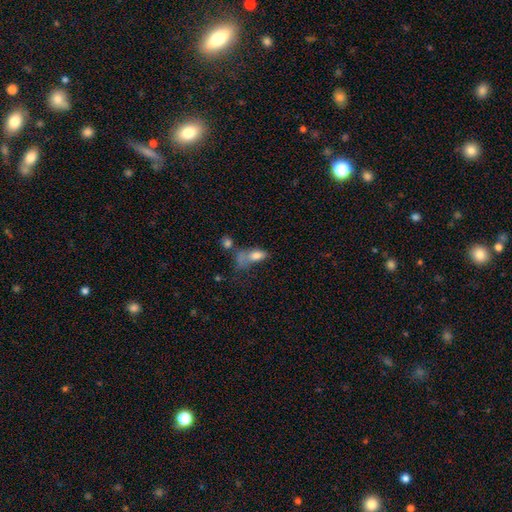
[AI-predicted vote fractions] Morphology: type=smooth (73%); roundness=in between (80%); merging=major disturbance (31%).